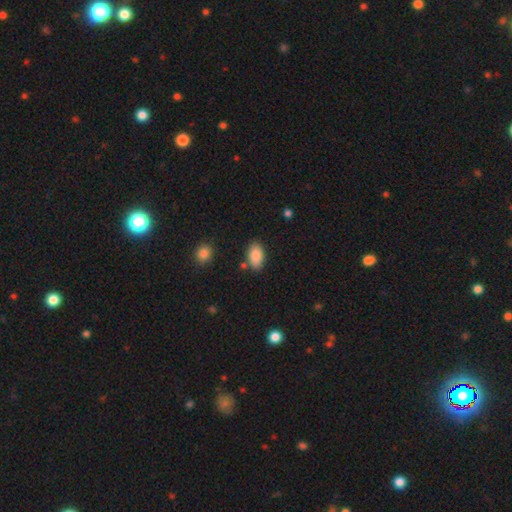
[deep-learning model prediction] smooth-or-featured: smooth: 88% | star or artifact: 7% | featured or disk: 5%
  how-rounded: in between: 93% | round: 5% | cigar-shaped: 2%
  merging: none: 79% | minor disturbance: 13% | merger: 5% | major disturbance: 3%